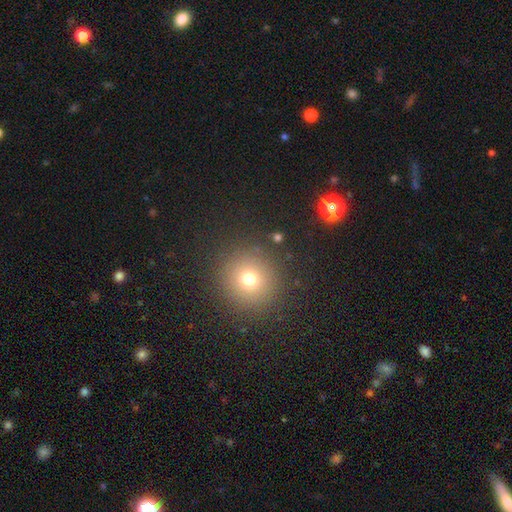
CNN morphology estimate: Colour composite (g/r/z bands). It shows a smooth galaxy with no disk features (66%) that is round (95%). Merging: none (92%).